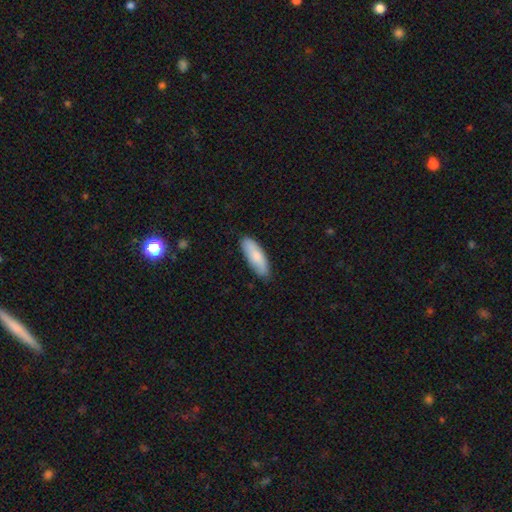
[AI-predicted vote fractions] Smooth or featured?
  - smooth: 81% *
  - featured or disk: 14%
  - star or artifact: 5%
How rounded?
  - in between: 61% *
  - cigar-shaped: 37%
  - round: 2%
Merging?
  - none: 82% *
  - minor disturbance: 14%
  - major disturbance: 2%
  - merger: 1%